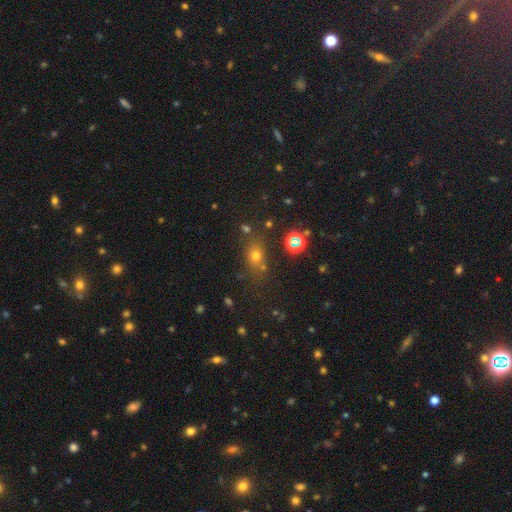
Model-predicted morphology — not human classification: A smooth galaxy with no disk features (60%) that is in between round and cigar-shaped (51%). Merging: none (74%).